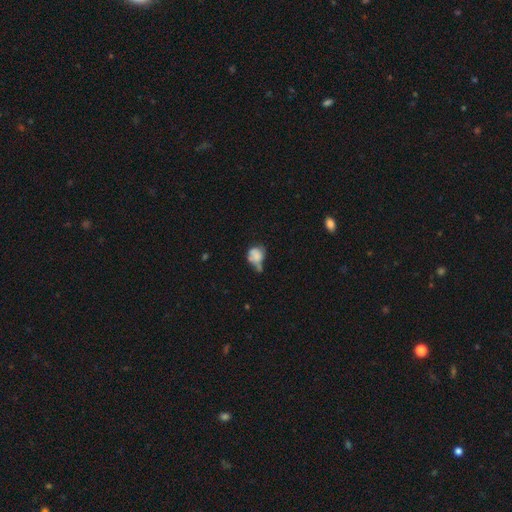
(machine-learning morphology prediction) smooth-or-featured: smooth: 69% | featured or disk: 20% | star or artifact: 10%
  how-rounded: round: 59% | in between: 39% | cigar-shaped: 2%
  merging: minor disturbance: 28% (tied) | none: 28% (tied) | merger: 26% | major disturbance: 19%